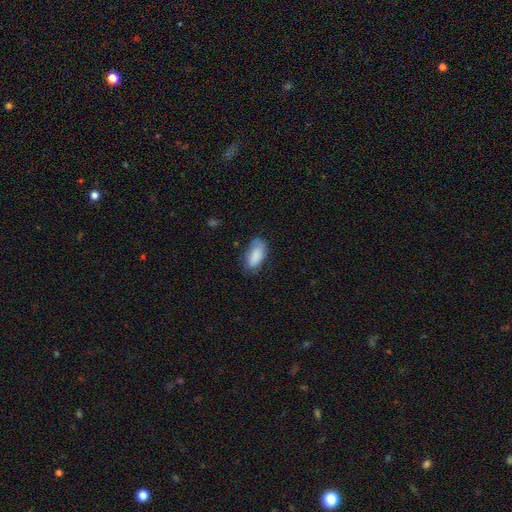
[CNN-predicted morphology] smooth-or-featured: smooth: 84% | featured or disk: 9% | star or artifact: 7%
  how-rounded: in between: 92% | cigar-shaped: 5% | round: 3%
  merging: none: 62% | minor disturbance: 28% | major disturbance: 9% | merger: 2%